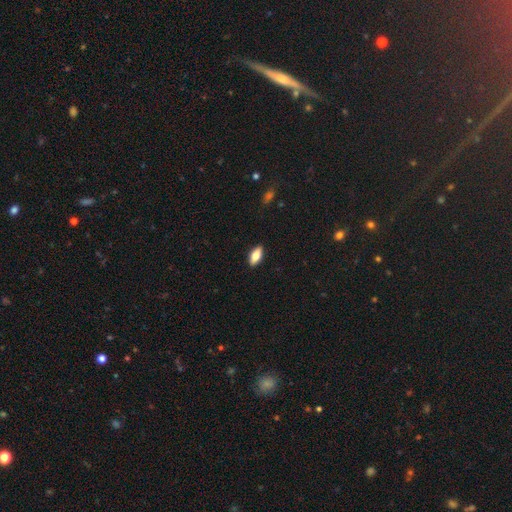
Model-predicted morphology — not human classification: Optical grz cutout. It shows a smooth galaxy with no disk features (76%) that is in between round and cigar-shaped (85%). Merging: none (89%).